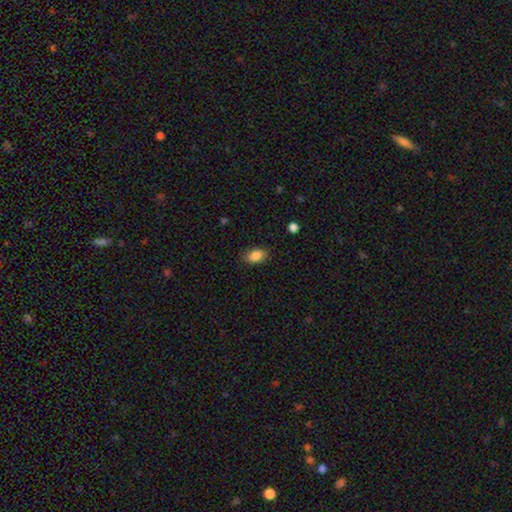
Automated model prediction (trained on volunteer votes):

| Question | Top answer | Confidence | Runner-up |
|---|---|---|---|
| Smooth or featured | smooth | 86% | star or artifact (8%) |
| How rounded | in between | 86% | round (12%) |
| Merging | none | 83% | minor disturbance (13%) |